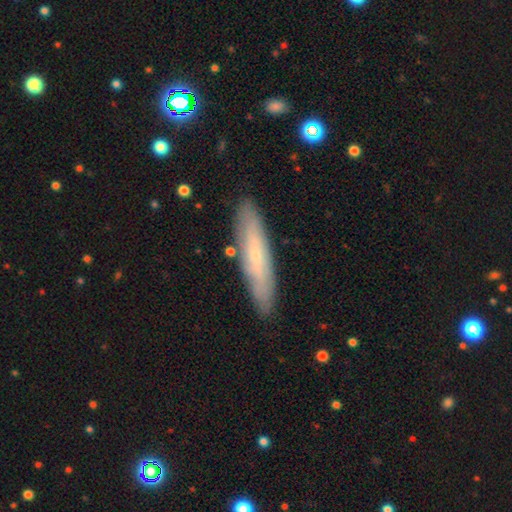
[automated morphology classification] Overall: featured or disk (48%; smooth 46%). Merging: none (86%).